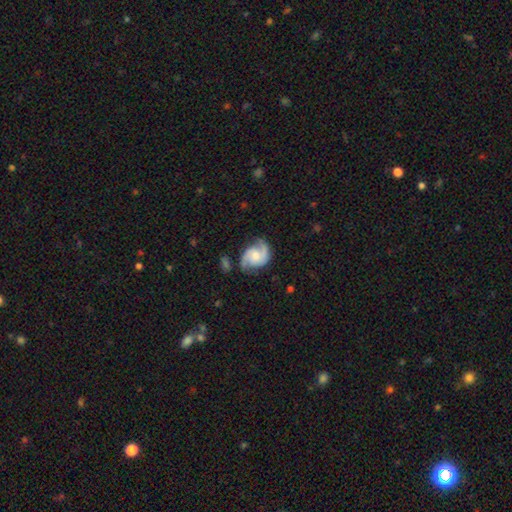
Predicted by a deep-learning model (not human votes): Morphology: type=featured or disk (86%); edge-on=no (98%); bar=no (58%); spiral arms=yes (97%); winding=medium (54%); arm count=2 (91%); bulge=moderate (42%); merging=none (74%).